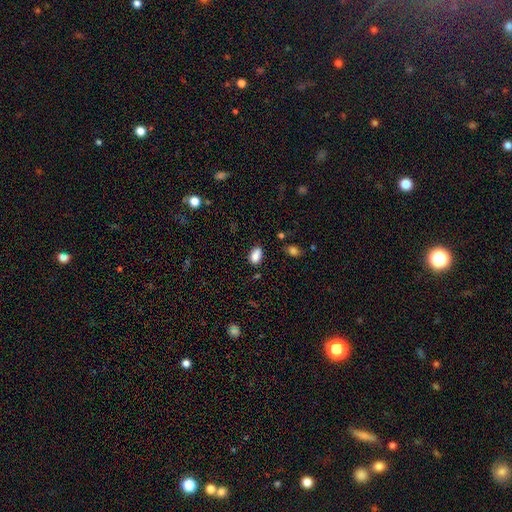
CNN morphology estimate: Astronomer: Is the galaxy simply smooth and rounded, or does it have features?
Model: smooth — 86%.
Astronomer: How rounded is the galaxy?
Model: in between — 90%.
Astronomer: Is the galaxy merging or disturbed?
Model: none — 76%.